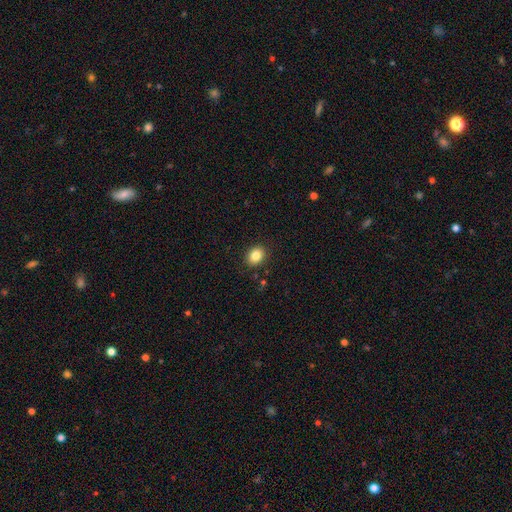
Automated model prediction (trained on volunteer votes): Morphology: type=smooth (85%); roundness=in between (51%); merging=none (89%).